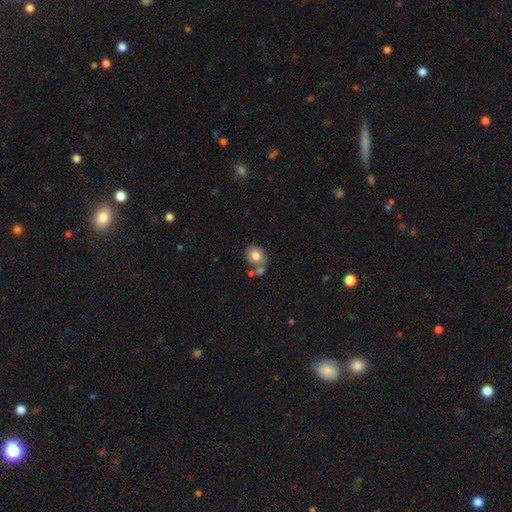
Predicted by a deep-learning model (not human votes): smooth-or-featured: smooth: 75% | featured or disk: 16% | star or artifact: 9%
  how-rounded: round: 60% | in between: 39% | cigar-shaped: 1%
  merging: none: 52% | merger: 28% | minor disturbance: 15% | major disturbance: 5%